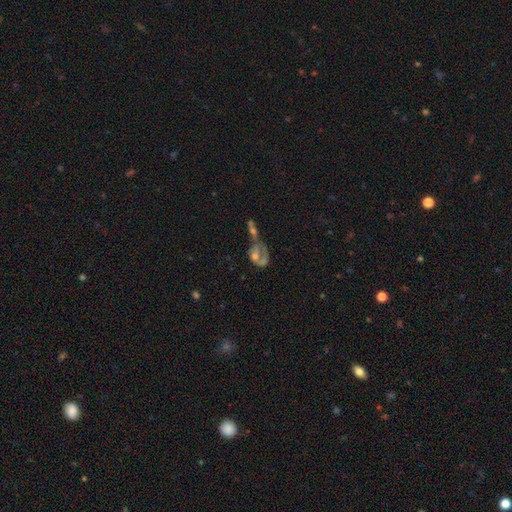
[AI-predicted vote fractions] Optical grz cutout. It shows a featured or disk galaxy (60%) with no bar (80%), spiral arms (52%) and a moderate central bulge (46%). Merging: merger (54%).